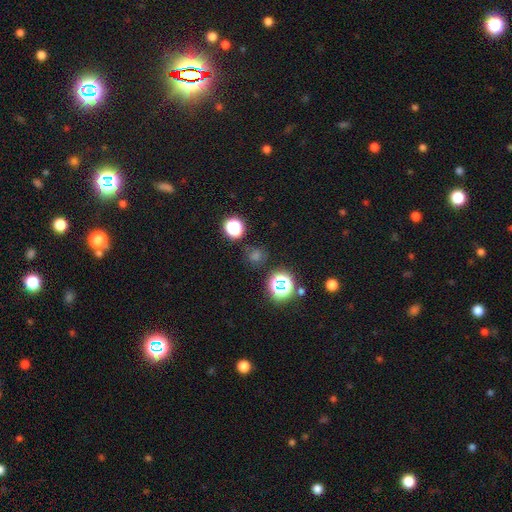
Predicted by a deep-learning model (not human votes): Morphology: type=star or artifact (49%).